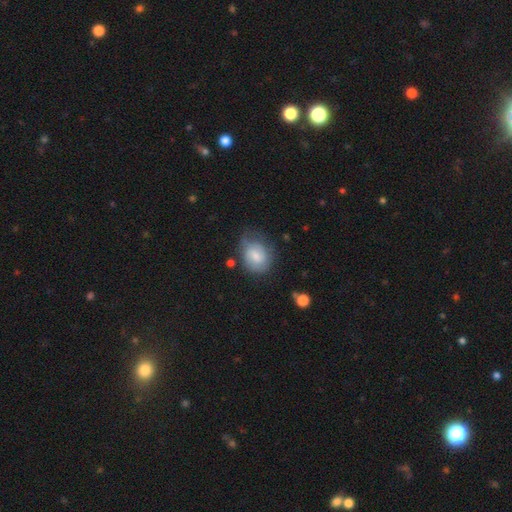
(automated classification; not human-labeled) Smooth or featured? smooth (53%)
How rounded? round (52%)
Merging? none (53%)